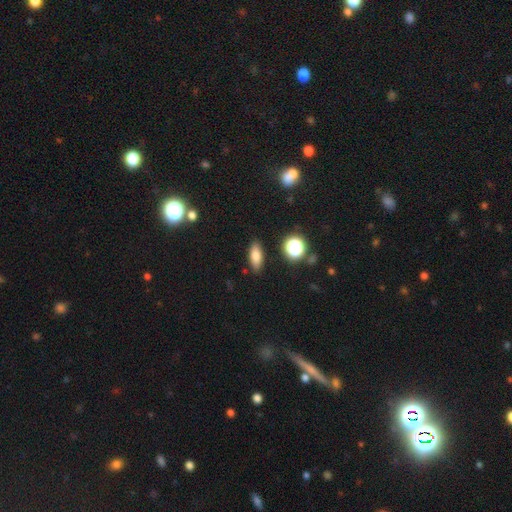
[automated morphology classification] Smooth or featured?
  - smooth: 78% *
  - star or artifact: 12%
  - featured or disk: 11%
How rounded?
  - in between: 74% *
  - cigar-shaped: 18%
  - round: 7%
Merging?
  - none: 87% *
  - minor disturbance: 9%
  - major disturbance: 2%
  - merger: 2%